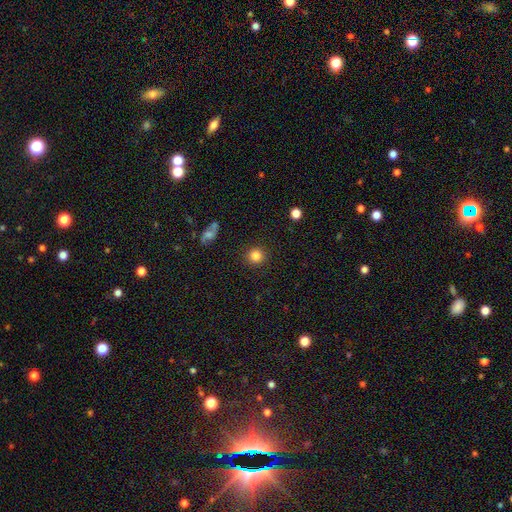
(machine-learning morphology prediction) Q: Smooth or featured?
A: smooth (84%); runner-up: star or artifact (11%)
Q: How rounded?
A: round (92%); runner-up: in between (7%)
Q: Merging?
A: none (90%); runner-up: minor disturbance (6%)